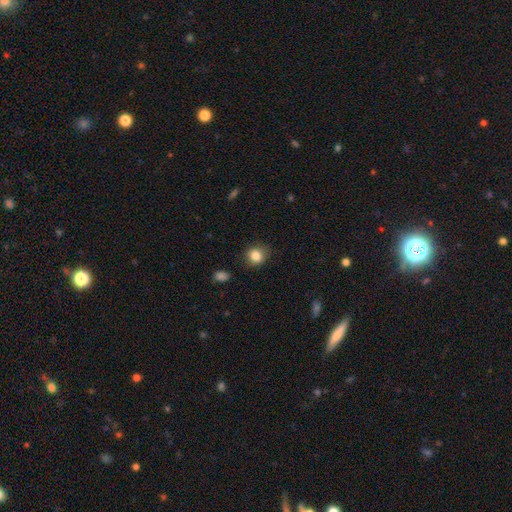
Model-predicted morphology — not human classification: The model was most divided on "how rounded": round: 73%, in between: 26%, cigar-shaped: 1%. More confident: smooth or featured — smooth (84%); merging — none (78%).